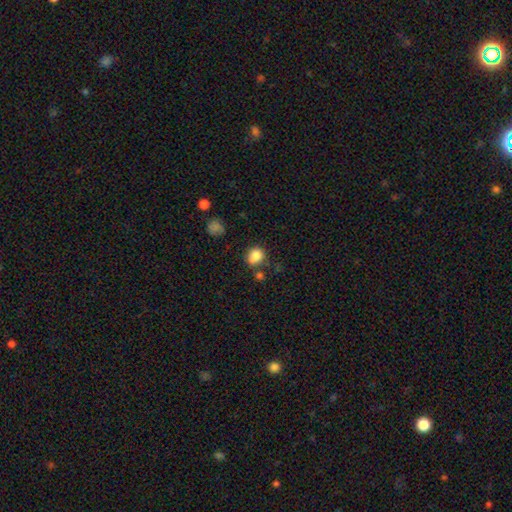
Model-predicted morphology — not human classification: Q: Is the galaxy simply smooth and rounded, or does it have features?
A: smooth — 83%.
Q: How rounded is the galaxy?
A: round — 72%.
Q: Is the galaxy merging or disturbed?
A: none — 61%.